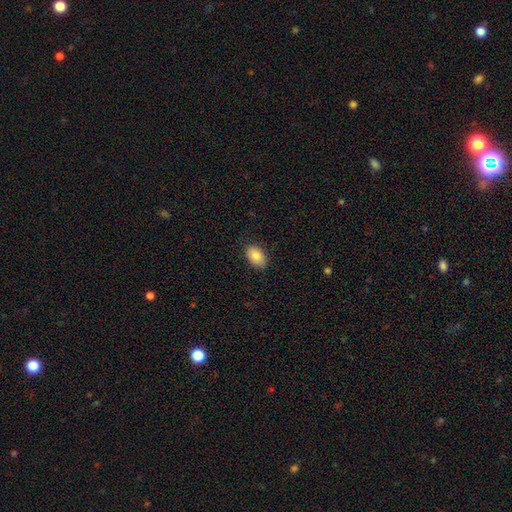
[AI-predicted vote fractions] This is clearly a smooth galaxy (83%). How rounded: clearly in between (90%). Merging: clearly none (86%).